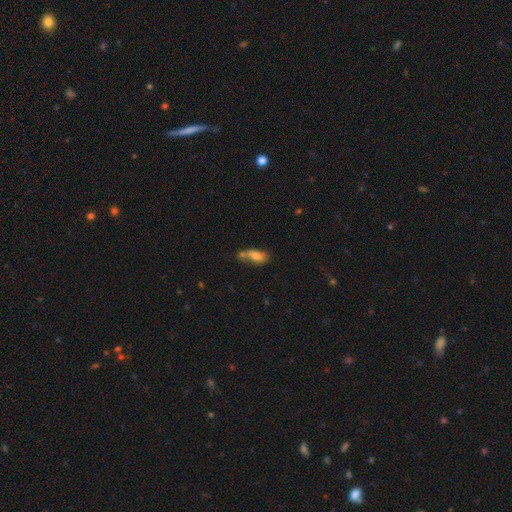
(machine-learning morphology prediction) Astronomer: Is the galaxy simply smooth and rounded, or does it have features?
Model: smooth — 67%.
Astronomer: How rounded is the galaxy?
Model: in between — 78%.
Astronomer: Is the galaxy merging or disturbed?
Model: merger — 40% (runner-up: none, 33%).